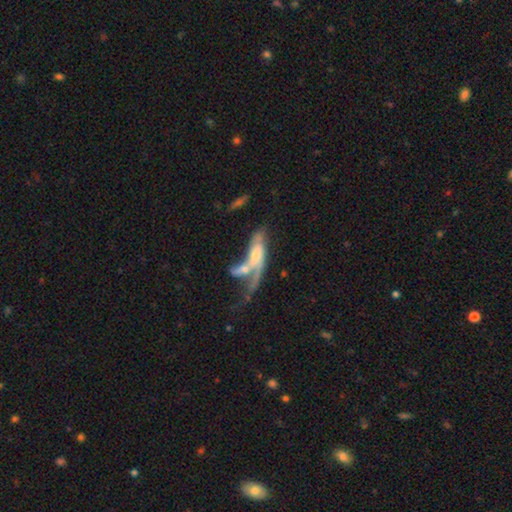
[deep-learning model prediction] Q: Smooth or featured?
A: featured or disk (55%); runner-up: smooth (37%)
Q: Edge-on disk?
A: no (77%); runner-up: yes (23%)
Q: Merging?
A: merger (62%); runner-up: major disturbance (18%)